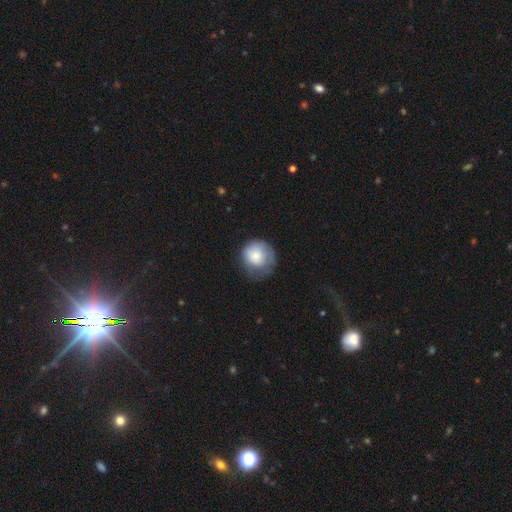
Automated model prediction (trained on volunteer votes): This is likely a smooth galaxy (78%). How rounded: clearly round (84%). Merging: possibly none (49%).